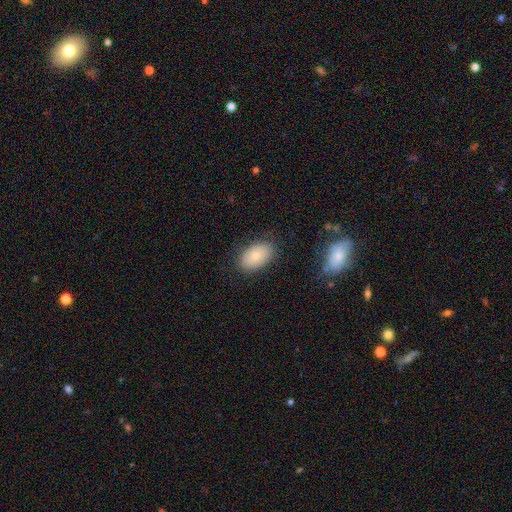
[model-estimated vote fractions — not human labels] smooth_or_featured: smooth (p=0.80) [alt: featured or disk p=0.12]
how_rounded: in between (p=0.91) [alt: round p=0.08]
merging: none (p=0.84) [alt: minor disturbance p=0.12]